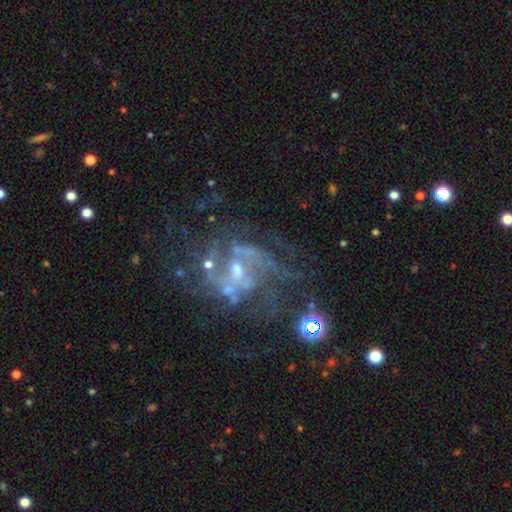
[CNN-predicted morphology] This is likely a featured or disk galaxy (76%). It is clearly not viewed edge-on (98%). Bar: possibly no (55%). Spiral arm pattern: likely yes (72%). Spiral arm count: marginally can't tell (35%). Spiral winding: marginally medium (42%). Central bulge: possibly small (56%). Merging: possibly none (46%).